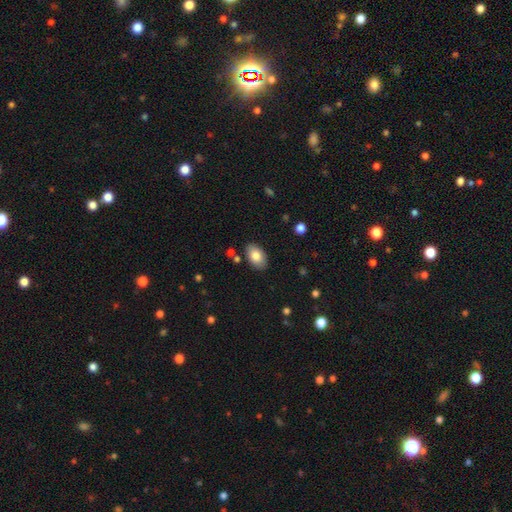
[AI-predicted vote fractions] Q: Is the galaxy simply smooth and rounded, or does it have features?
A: smooth — 82%.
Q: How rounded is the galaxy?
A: in between — 92%.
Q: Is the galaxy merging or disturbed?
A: none — 85%.